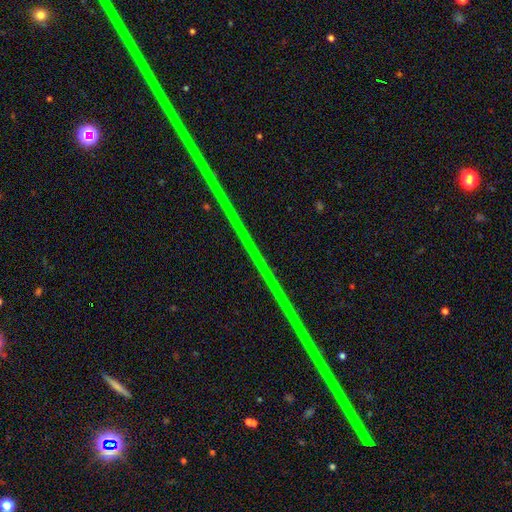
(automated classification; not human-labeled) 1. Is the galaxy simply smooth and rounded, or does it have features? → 88% star or artifact, 7% featured or disk, 4% smooth.